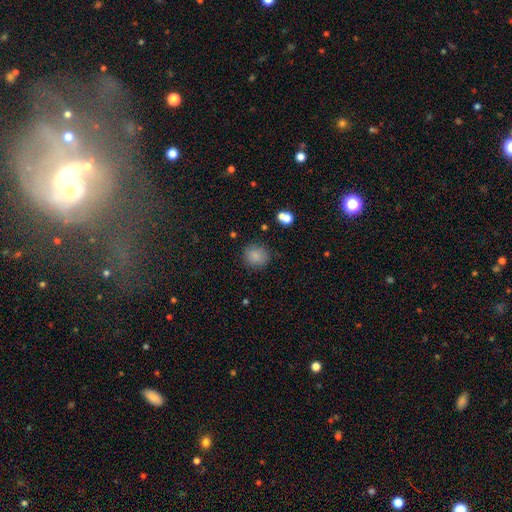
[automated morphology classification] smooth-or-featured: smooth: 84% | star or artifact: 11% | featured or disk: 5%
  how-rounded: round: 80% | in between: 19% | cigar-shaped: 1%
  merging: none: 84% | minor disturbance: 11% | major disturbance: 3% | merger: 2%